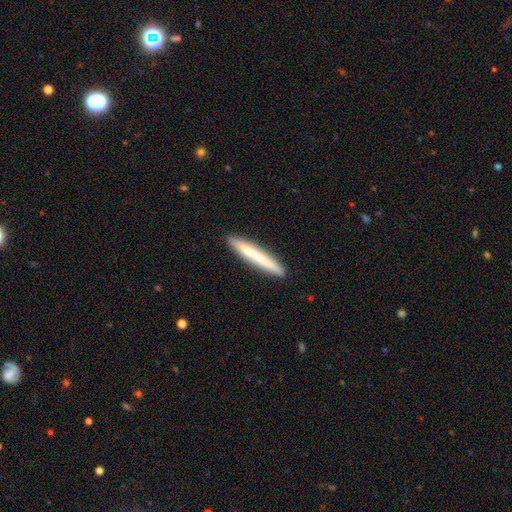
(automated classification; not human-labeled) Smooth or featured? Predicted: smooth (p=0.66). How rounded? Predicted: cigar-shaped (p=0.96). Merging? Predicted: none (p=0.90).